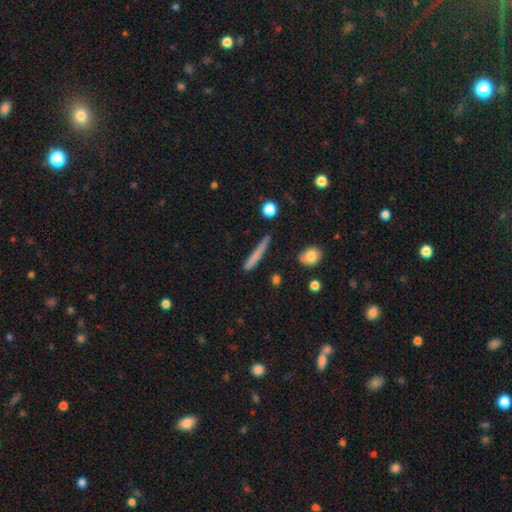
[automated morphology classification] smooth-or-featured: smooth: 69% | featured or disk: 24% | star or artifact: 7%
  how-rounded: cigar-shaped: 95% | in between: 3% | round: 2%
  merging: none: 82% | minor disturbance: 13% | major disturbance: 3% | merger: 3%